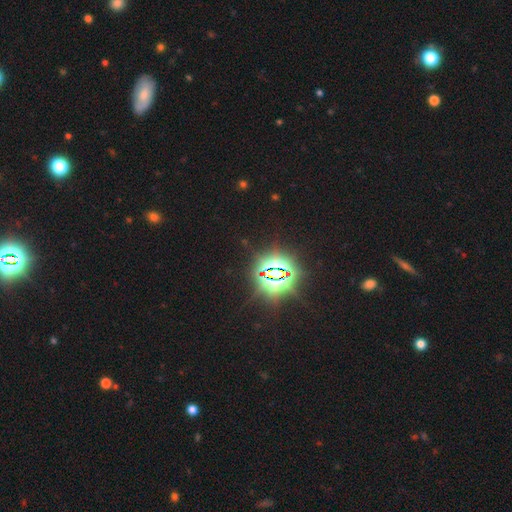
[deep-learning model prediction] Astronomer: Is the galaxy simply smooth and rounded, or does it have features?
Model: star or artifact — 84%.